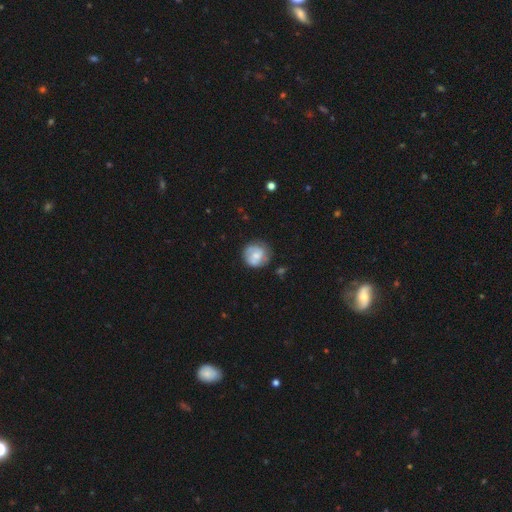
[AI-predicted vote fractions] Smooth or featured?
  - smooth: 57% *
  - featured or disk: 36%
  - star or artifact: 7%
How rounded?
  - round: 88% *
  - in between: 11%
  - cigar-shaped: 1%
Merging?
  - none: 69% *
  - minor disturbance: 21%
  - major disturbance: 7%
  - merger: 3%